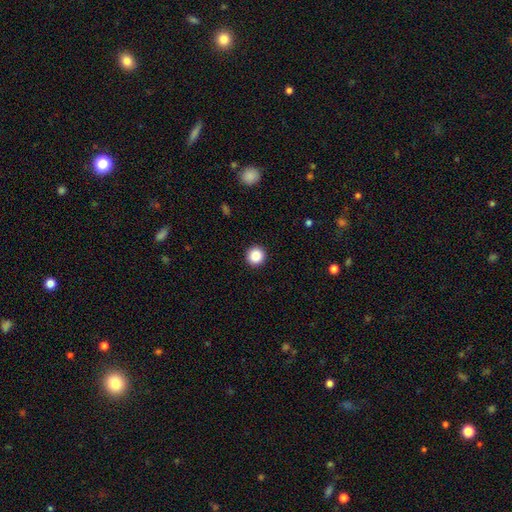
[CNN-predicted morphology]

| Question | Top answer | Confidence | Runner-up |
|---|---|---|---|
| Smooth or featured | smooth | 88% | star or artifact (9%) |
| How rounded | round | 95% | in between (4%) |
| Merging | none | 93% | minor disturbance (5%) |